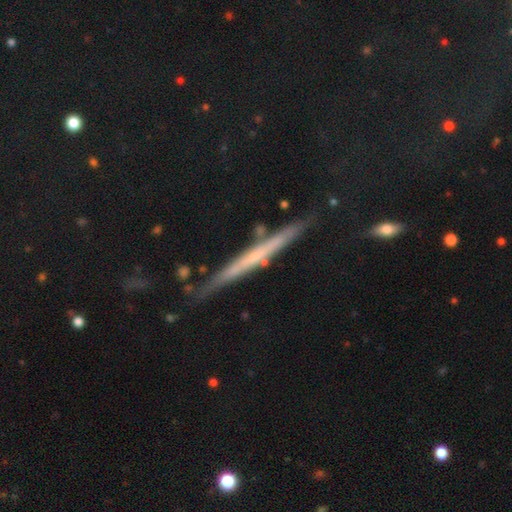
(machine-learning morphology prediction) A featured or disk galaxy (64%) viewed edge-on (95%) with no central bulge (71%).

Vote fractions:
- Smooth or featured? featured or disk: 64% / smooth: 27% / star or artifact: 9%
- Edge-on disk? yes: 95% / no: 5%
- Edge-on bulge? none: 71% / rounded: 22% / boxy: 7%
- Merging? none: 81% / minor disturbance: 14% / merger: 3% / major disturbance: 3%